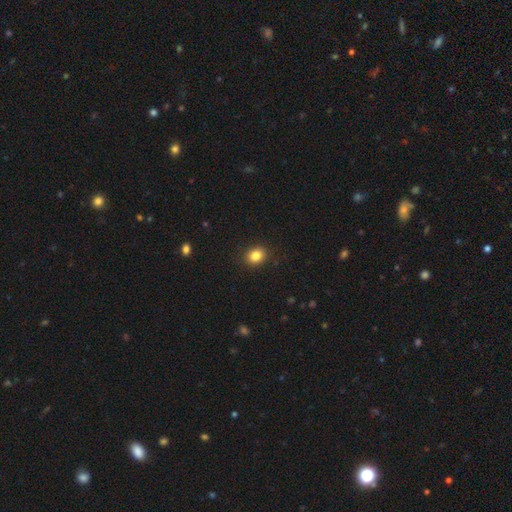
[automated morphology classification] This appears to be a smooth galaxy with no disk features (84%) that is round (57%). Merging: none (89%).